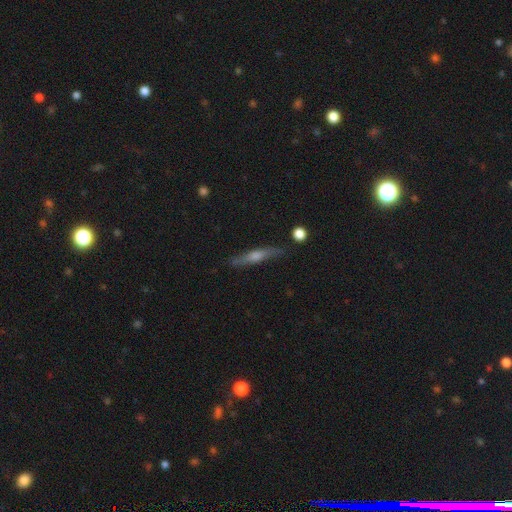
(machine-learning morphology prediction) The model was most divided on "smooth or featured": featured or disk: 62%, smooth: 31%, star or artifact: 7%. More confident: edge-on disk — yes (94%); merging — none (84%); edge-on bulge — rounded (79%).